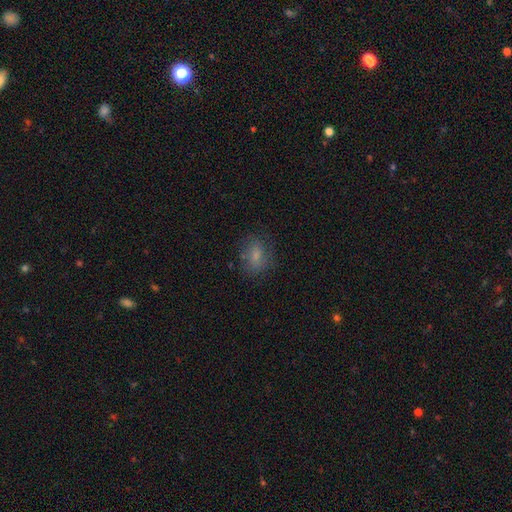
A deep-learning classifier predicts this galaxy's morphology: This appears to be a smooth galaxy with no disk features (71%) that is in between round and cigar-shaped (63%). Merging: none (71%).